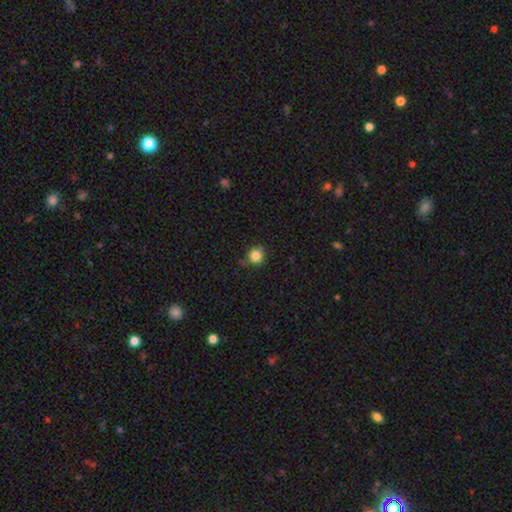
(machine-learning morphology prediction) type=smooth (84%); roundness=round (90%); merging=none (82%).